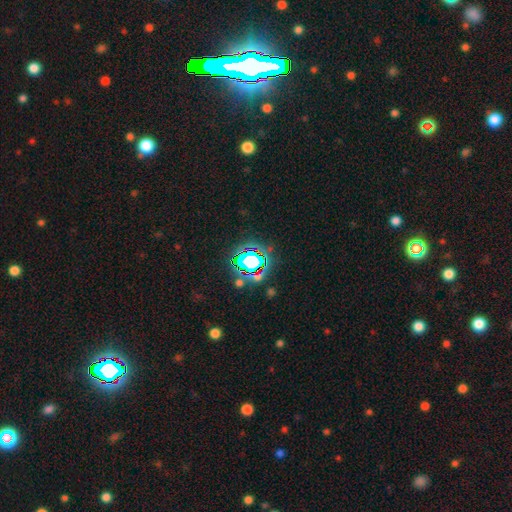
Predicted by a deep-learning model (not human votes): A star or artifact, not a galaxy (80%).